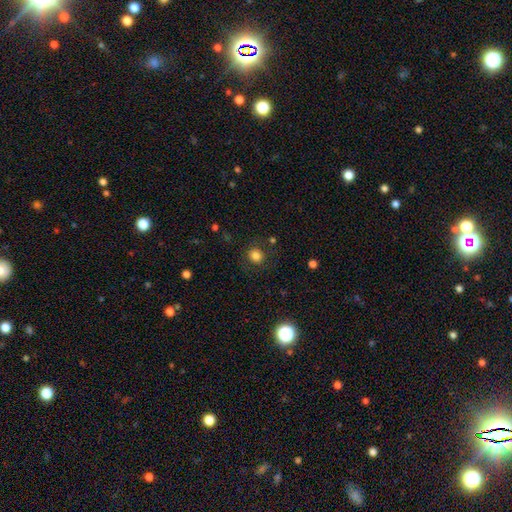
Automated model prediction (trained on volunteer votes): Smooth or featured?
  - smooth: 81% *
  - star or artifact: 13%
  - featured or disk: 6%
How rounded?
  - round: 86% *
  - in between: 13%
  - cigar-shaped: 1%
Merging?
  - none: 84% *
  - minor disturbance: 10%
  - major disturbance: 4%
  - merger: 2%